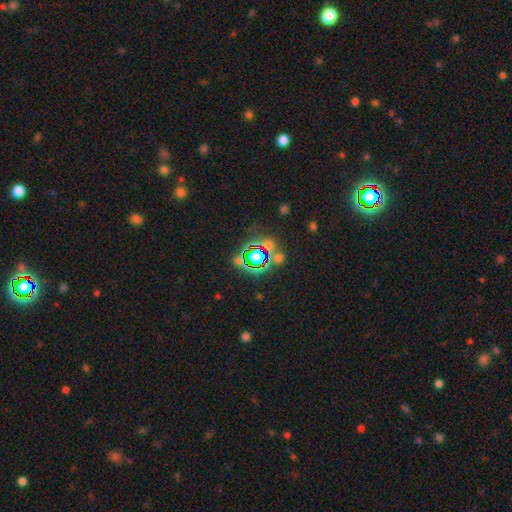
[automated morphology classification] smooth_or_featured: star or artifact (p=0.65) [alt: smooth p=0.24]